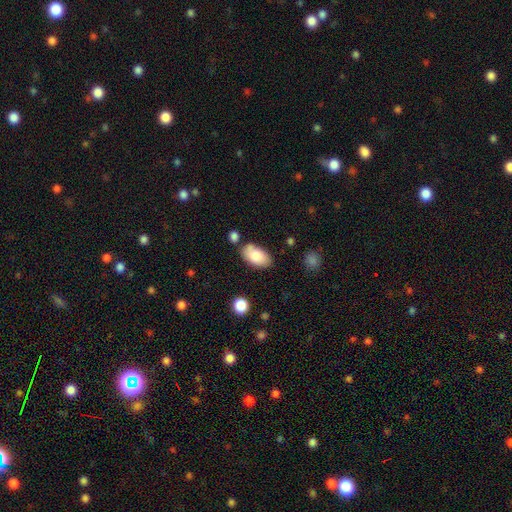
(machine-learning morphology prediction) type=smooth (83%); roundness=in between (94%); merging=none (70%).